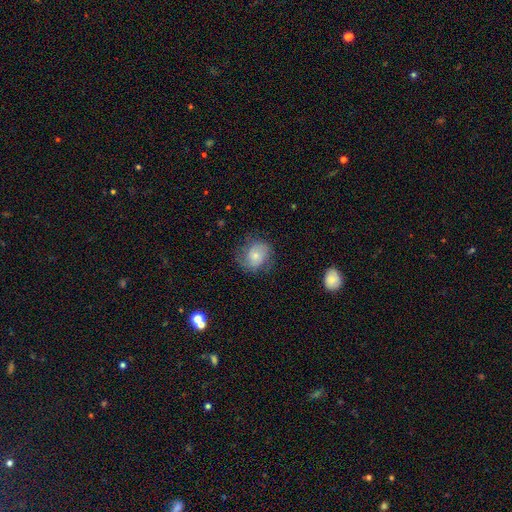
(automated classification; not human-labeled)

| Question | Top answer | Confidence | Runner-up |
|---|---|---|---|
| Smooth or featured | smooth | 52% | featured or disk (40%) |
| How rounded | round | 72% | in between (27%) |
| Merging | none | 66% | minor disturbance (22%) |